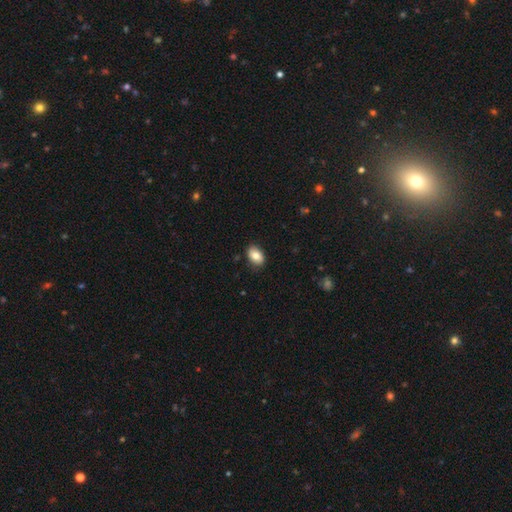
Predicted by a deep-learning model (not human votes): Smooth or featured: smooth — 82% (featured or disk — 10%)
How rounded: in between — 86% (round — 13%)
Merging: none — 86% (minor disturbance — 11%)